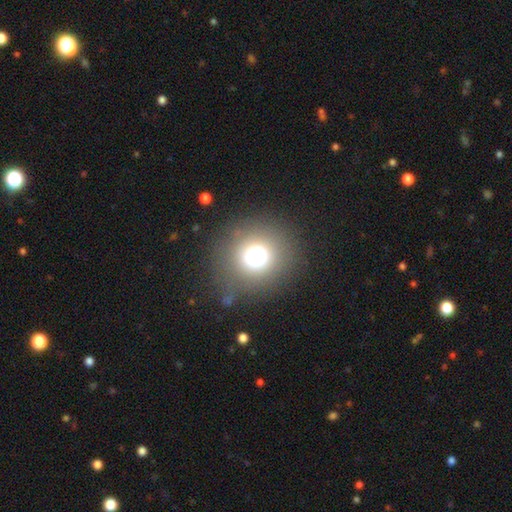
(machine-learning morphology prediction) smooth 71%, star or artifact 16%, featured or disk 13%. Down the decision tree: how rounded — round (93%); merging — none (81%).